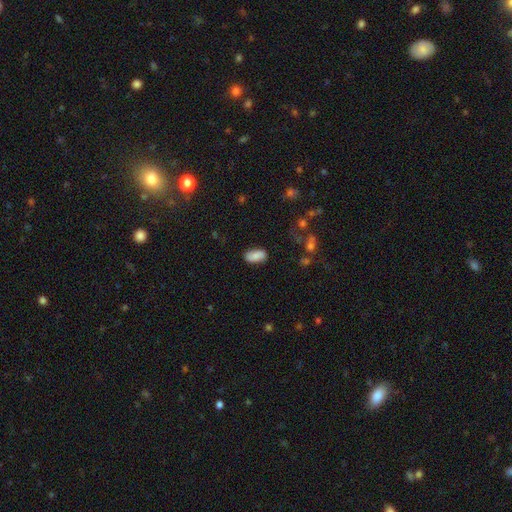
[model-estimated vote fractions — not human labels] A smooth galaxy with no disk features (81%) that is in between round and cigar-shaped (92%).

Vote fractions:
- Smooth or featured? smooth: 81% / featured or disk: 11% / star or artifact: 8%
- How rounded? in between: 92% / cigar-shaped: 5% / round: 3%
- Merging? none: 80% / minor disturbance: 14% / major disturbance: 3% / merger: 2%